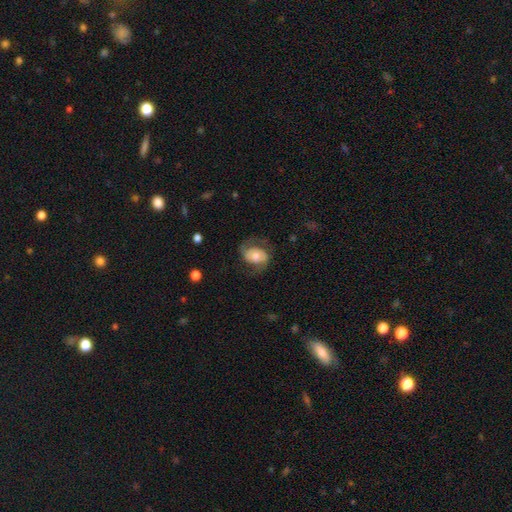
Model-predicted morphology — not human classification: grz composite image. It shows a featured or disk galaxy (66%) with no bar (62%), 2 (86%) medium (47%) spiral arms (87%) and a moderate central bulge (59%). Merging: none (63%).